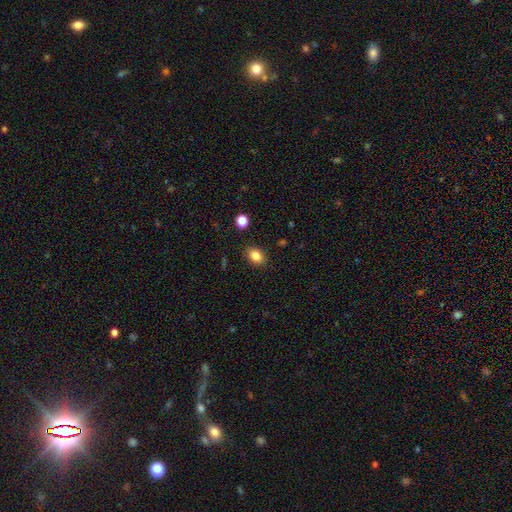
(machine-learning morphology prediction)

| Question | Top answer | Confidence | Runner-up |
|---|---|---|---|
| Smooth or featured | smooth | 85% | star or artifact (10%) |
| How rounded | in between | 72% | round (27%) |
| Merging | none | 87% | minor disturbance (9%) |